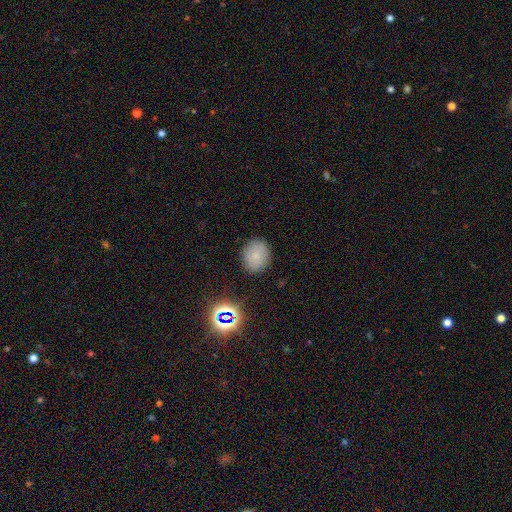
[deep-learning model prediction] Smooth or featured?
  - smooth: 75% *
  - star or artifact: 15%
  - featured or disk: 10%
How rounded?
  - round: 63% *
  - in between: 36%
  - cigar-shaped: 1%
Merging?
  - none: 86% *
  - minor disturbance: 10%
  - major disturbance: 3%
  - merger: 2%